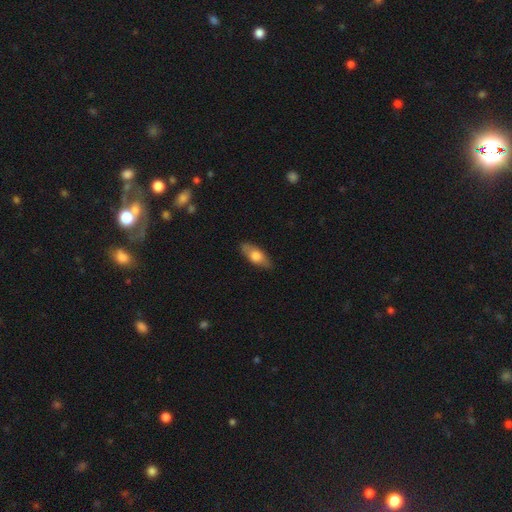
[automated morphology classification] Smooth or featured: smooth — 64% (featured or disk — 30%)
How rounded: in between — 75% (cigar-shaped — 21%)
Merging: none — 84% (minor disturbance — 13%)